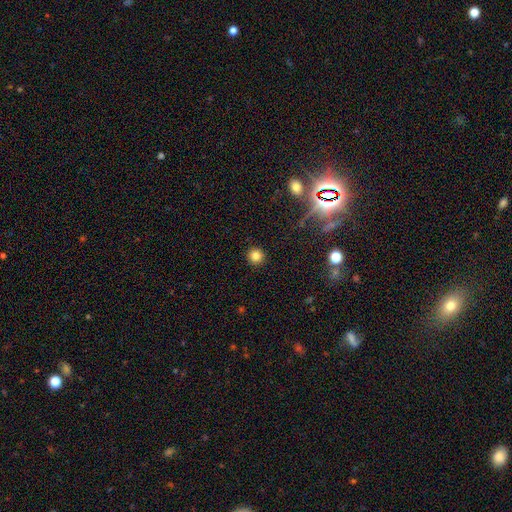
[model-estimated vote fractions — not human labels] The model was most divided on "smooth or featured": smooth: 83%, star or artifact: 13%, featured or disk: 5%. More confident: how rounded — round (95%); merging — none (92%).